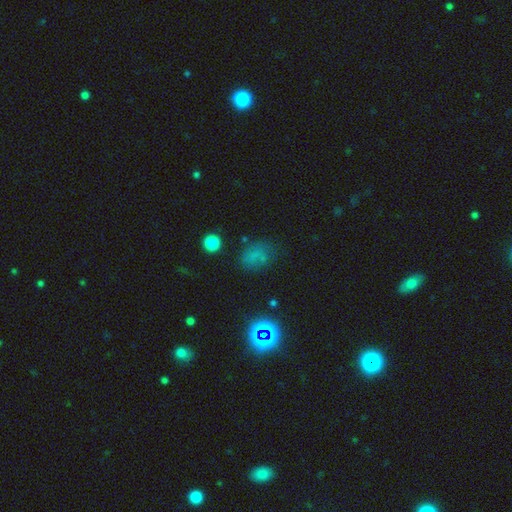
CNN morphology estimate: This is possibly a smooth galaxy (55%). How rounded: likely in between (66%). Merging: likely none (62%).